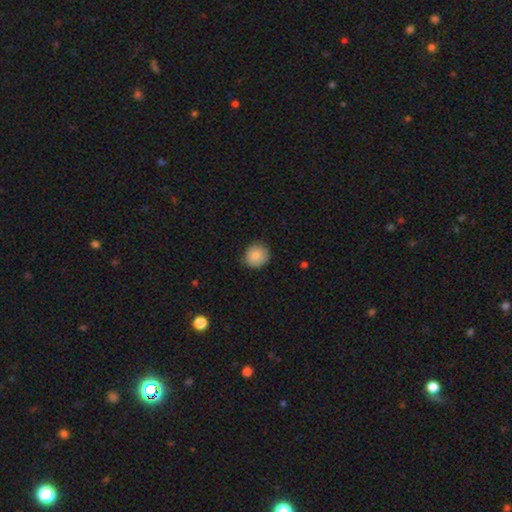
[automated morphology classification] Overall: smooth (85%). How rounded: round (86%). Merging: none (80%).